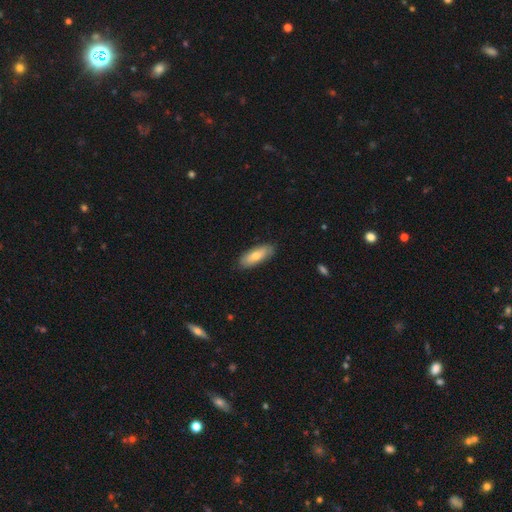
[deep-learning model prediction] The model was most divided on "how rounded": in between: 73%, cigar-shaped: 25%, round: 2%. More confident: merging — none (84%); smooth or featured — smooth (72%).